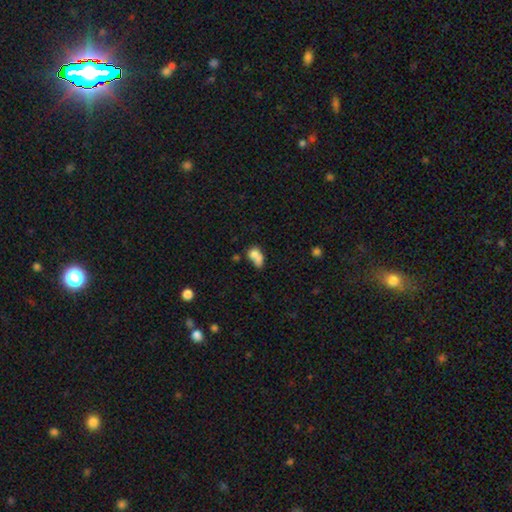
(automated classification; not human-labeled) This appears to be a smooth galaxy with no disk features (71%) that is in between round and cigar-shaped (64%). Merging: merger (60%).